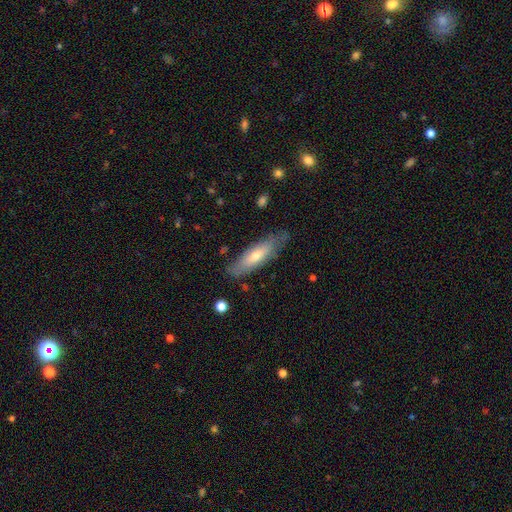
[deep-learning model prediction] Smooth or featured?
  - smooth: 54% *
  - featured or disk: 40%
  - star or artifact: 6%
How rounded?
  - cigar-shaped: 60% *
  - in between: 39%
  - round: 2%
Merging?
  - none: 77% *
  - minor disturbance: 17%
  - major disturbance: 4%
  - merger: 2%